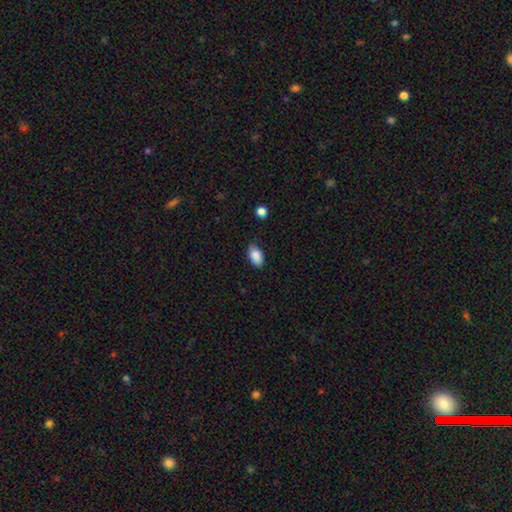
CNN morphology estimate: smooth-or-featured: smooth: 88% | star or artifact: 7% | featured or disk: 5%
  how-rounded: in between: 93% | round: 5% | cigar-shaped: 2%
  merging: none: 79% | minor disturbance: 17% | major disturbance: 3% | merger: 1%